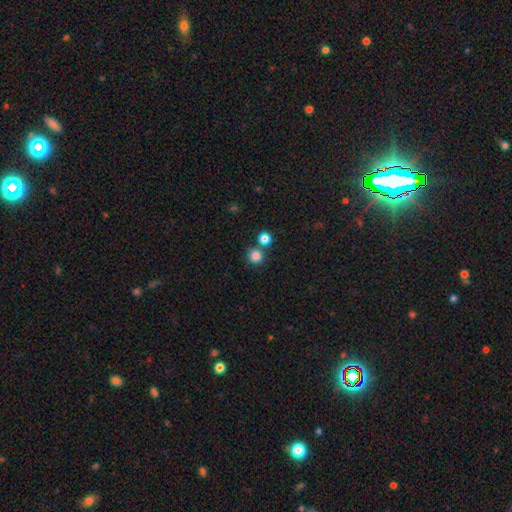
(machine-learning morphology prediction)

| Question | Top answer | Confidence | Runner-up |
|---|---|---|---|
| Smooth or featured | smooth | 83% | star or artifact (12%) |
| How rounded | round | 93% | in between (6%) |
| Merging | none | 73% | merger (17%) |